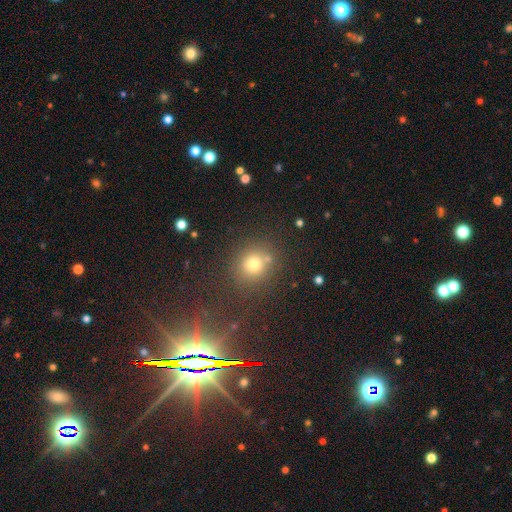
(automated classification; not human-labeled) A smooth galaxy with no disk features (45%).

Vote fractions:
- Smooth or featured? smooth: 45% / star or artifact: 43% / featured or disk: 12%
- Merging? none: 87% / minor disturbance: 8% / major disturbance: 3% / merger: 2%